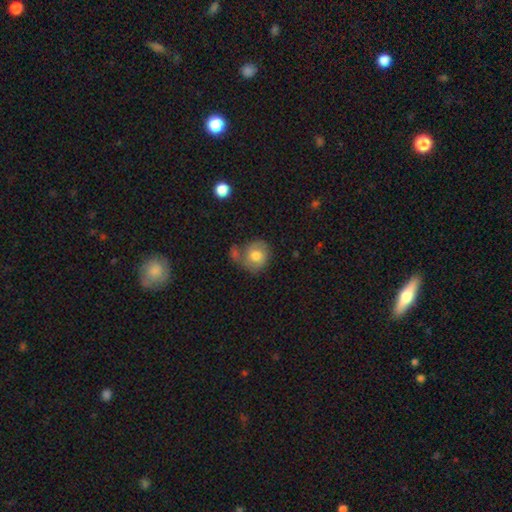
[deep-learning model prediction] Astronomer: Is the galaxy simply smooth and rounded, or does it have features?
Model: smooth — 66%.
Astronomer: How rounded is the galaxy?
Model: round — 78%.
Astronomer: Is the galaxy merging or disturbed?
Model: none — 46% (runner-up: minor disturbance, 22%).